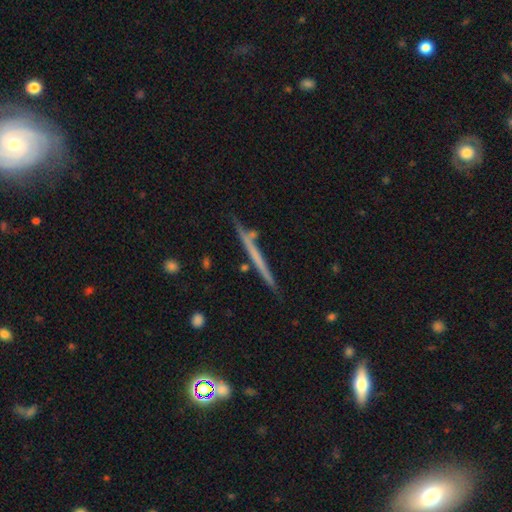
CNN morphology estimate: smooth-or-featured: featured or disk: 55% | smooth: 37% | star or artifact: 8%
  disk-edge-on: yes: 96% | no: 4%
    edge-on-bulge: none: 89% | rounded: 7% | boxy: 4%
  merging: none: 81% | minor disturbance: 13% | merger: 4% | major disturbance: 3%